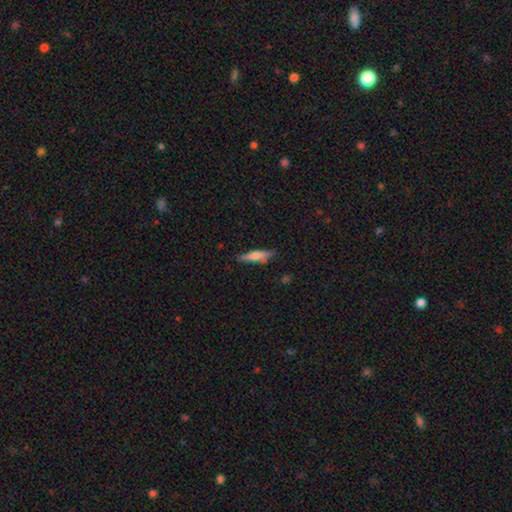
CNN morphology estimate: A smooth galaxy with no disk features (61%) that is cigar-shaped (81%).

Vote fractions:
- Smooth or featured? smooth: 61% / featured or disk: 32% / star or artifact: 6%
- How rounded? cigar-shaped: 81% / in between: 17% / round: 2%
- Merging? none: 81% / minor disturbance: 14% / major disturbance: 3% / merger: 2%